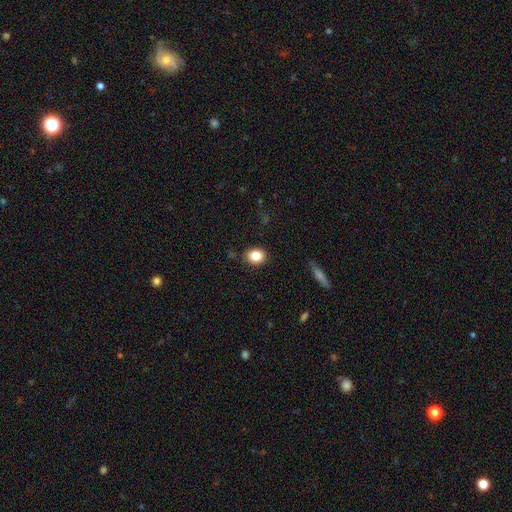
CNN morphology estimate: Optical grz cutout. It shows a smooth galaxy with no disk features (84%) that is round (50%). Merging: none (86%).